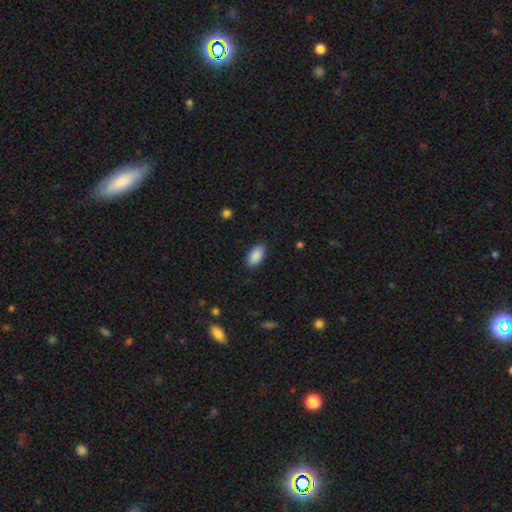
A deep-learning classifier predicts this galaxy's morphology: A smooth galaxy with no disk features (90%) that is in between round and cigar-shaped (94%).

Vote fractions:
- Smooth or featured? smooth: 90% / star or artifact: 7% / featured or disk: 4%
- How rounded? in between: 94% / cigar-shaped: 3% / round: 3%
- Merging? none: 88% / minor disturbance: 9% / major disturbance: 2% / merger: 1%